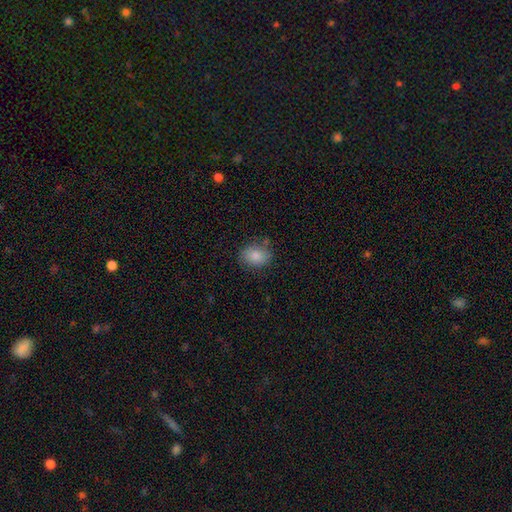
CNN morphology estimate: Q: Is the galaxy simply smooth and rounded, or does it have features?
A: smooth — 84%.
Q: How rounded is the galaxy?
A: in between — 53%.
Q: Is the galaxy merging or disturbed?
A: none — 74%.